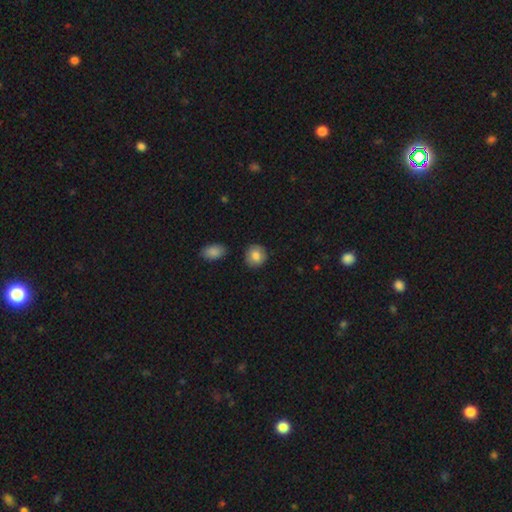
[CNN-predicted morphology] Q: Smooth or featured?
A: smooth (83%); runner-up: featured or disk (9%)
Q: How rounded?
A: round (84%); runner-up: in between (15%)
Q: Merging?
A: none (84%); runner-up: minor disturbance (11%)